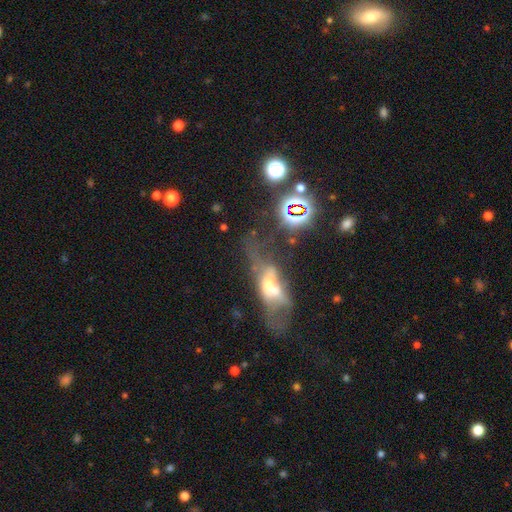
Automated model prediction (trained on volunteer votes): Smooth or featured? Predicted: featured or disk (p=0.56). Edge-on disk? Predicted: no (p=0.64). Merging? Predicted: none (p=0.34).